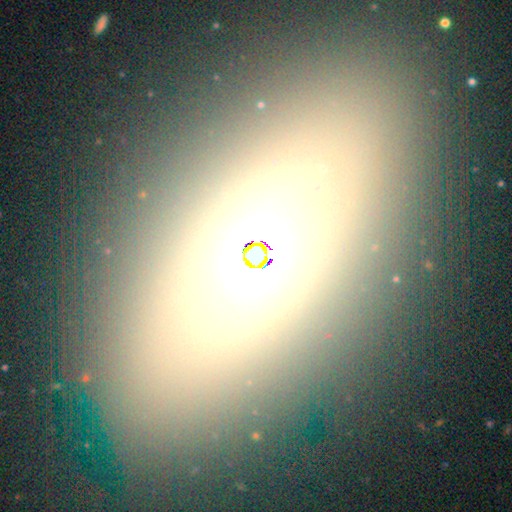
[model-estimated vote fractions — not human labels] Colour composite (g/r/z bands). It shows a star or artifact, not a galaxy (39%).